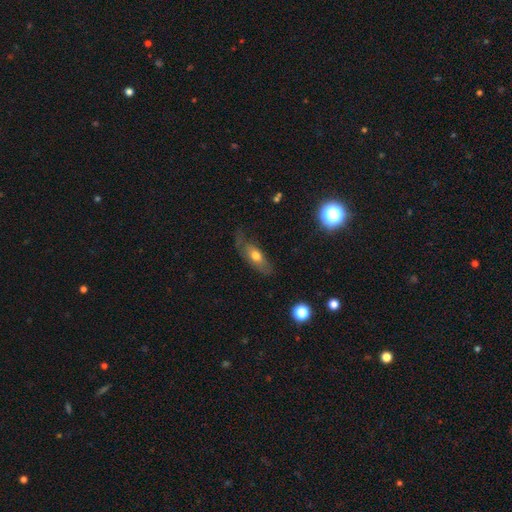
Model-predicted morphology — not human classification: Smooth or featured? Predicted: smooth (p=0.59). How rounded? Predicted: in between (p=0.73). Merging? Predicted: none (p=0.53).